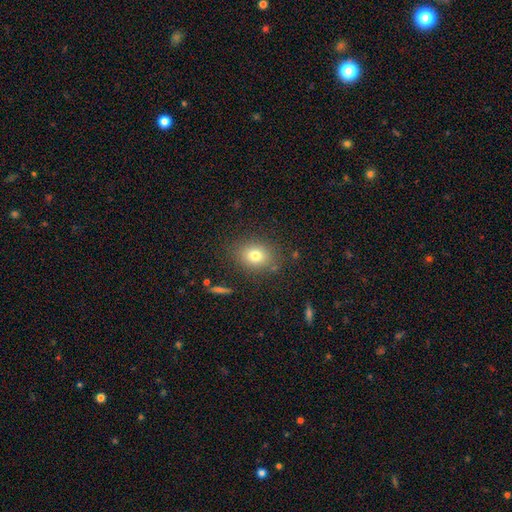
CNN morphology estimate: Smooth or featured? smooth (74%)
How rounded? in between (50%)
Merging? none (87%)